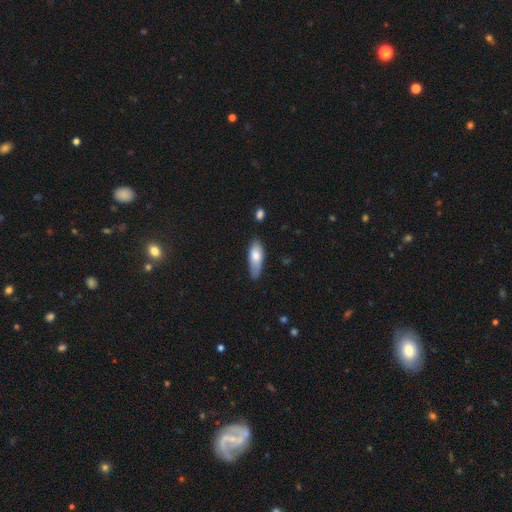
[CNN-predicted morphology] A smooth galaxy with no disk features (73%) that is in between round and cigar-shaped (65%). Merging: none (69%).